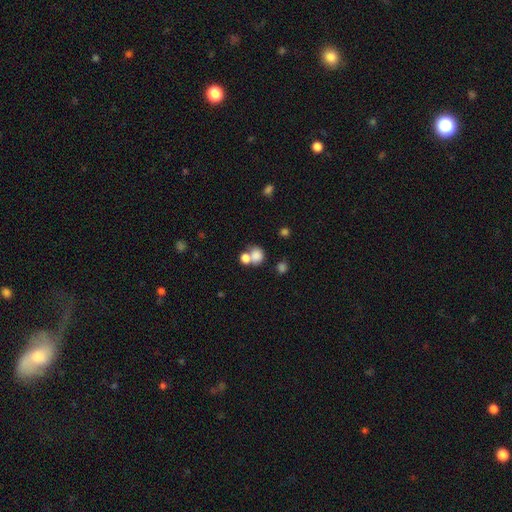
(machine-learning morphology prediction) smooth 80%, star or artifact 11%, featured or disk 9%. Down the decision tree: how rounded — round (73%); merging — merger (47%).